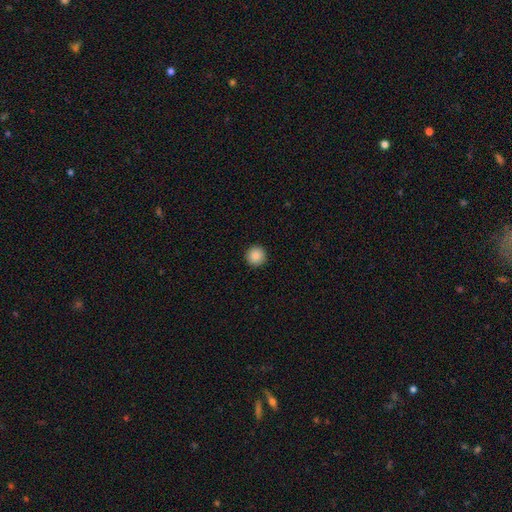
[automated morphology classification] Smooth or featured?
  - smooth: 88% *
  - star or artifact: 9%
  - featured or disk: 3%
How rounded?
  - round: 96% *
  - in between: 3%
  - cigar-shaped: 1%
Merging?
  - none: 93% *
  - minor disturbance: 4%
  - major disturbance: 1%
  - merger: 1%